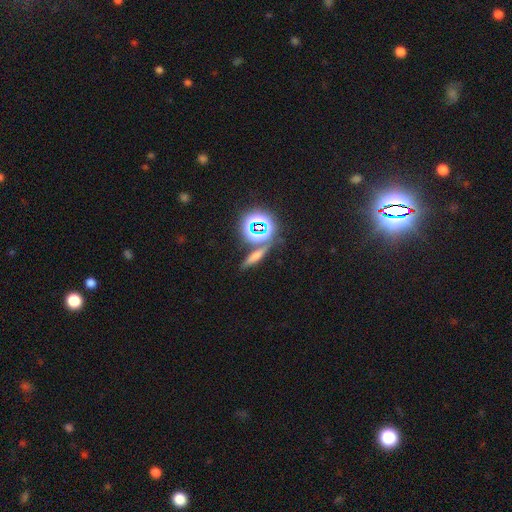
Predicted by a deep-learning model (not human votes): Overall: smooth (49%; star or artifact 33%). Merging: none (73%).